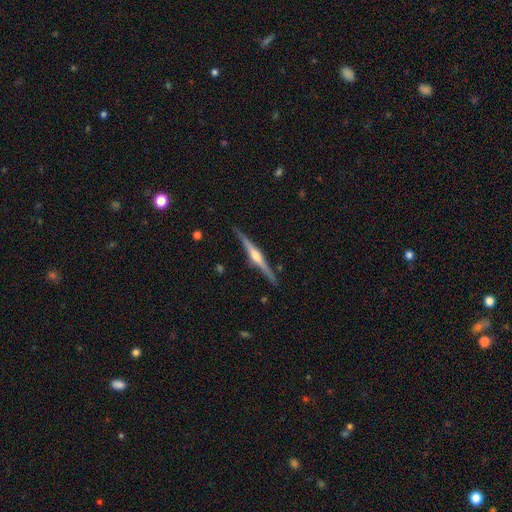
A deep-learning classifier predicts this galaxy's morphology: Smooth or featured? Predicted: featured or disk (p=0.78). Edge-on disk? Predicted: yes (p=0.98). Edge-on bulge? Predicted: rounded (p=0.89). Merging? Predicted: none (p=0.88).